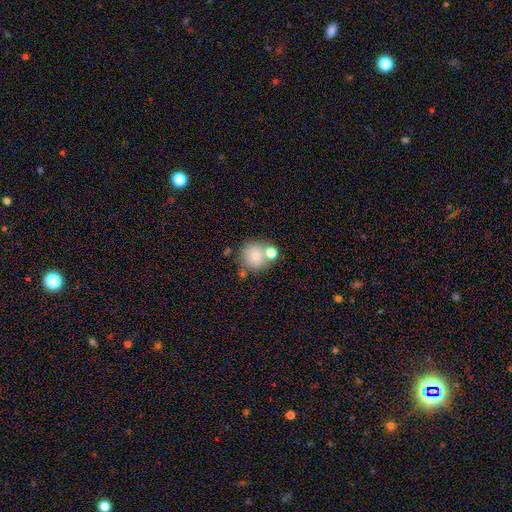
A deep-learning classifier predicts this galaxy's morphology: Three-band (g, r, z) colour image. It shows a smooth galaxy with no disk features (76%) that is round (87%). Merging: none (53%).